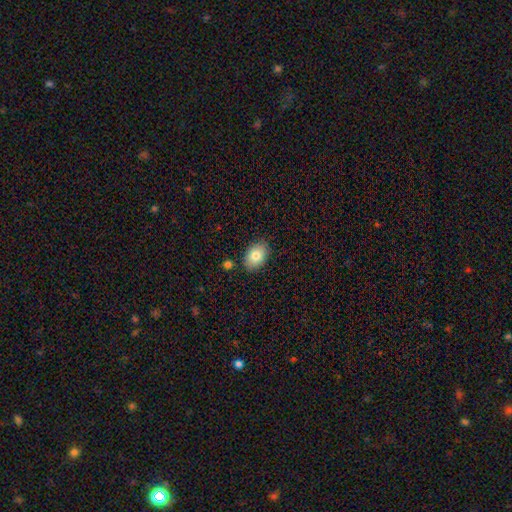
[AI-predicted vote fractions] smooth-or-featured: smooth: 81% | featured or disk: 11% | star or artifact: 8%
  how-rounded: in between: 84% | round: 15% | cigar-shaped: 1%
  merging: none: 84% | minor disturbance: 11% | merger: 3% | major disturbance: 2%